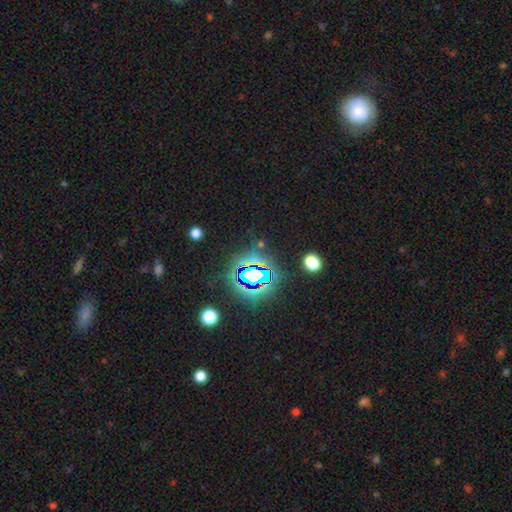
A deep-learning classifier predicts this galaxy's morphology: This appears to be a star or artifact, not a galaxy (81%).